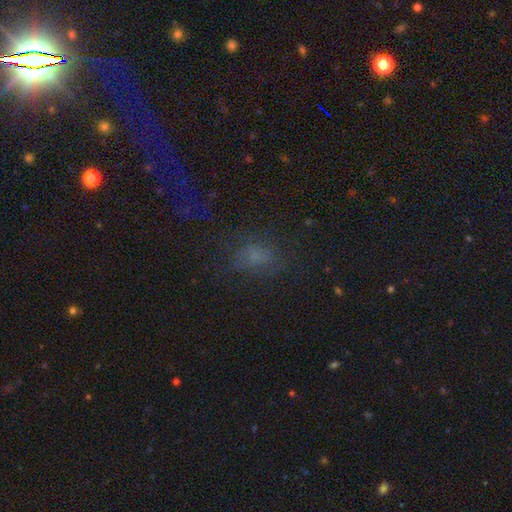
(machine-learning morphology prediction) This appears to be a smooth galaxy with no disk features (53%) that is in between round and cigar-shaped (67%). Merging: none (50%).